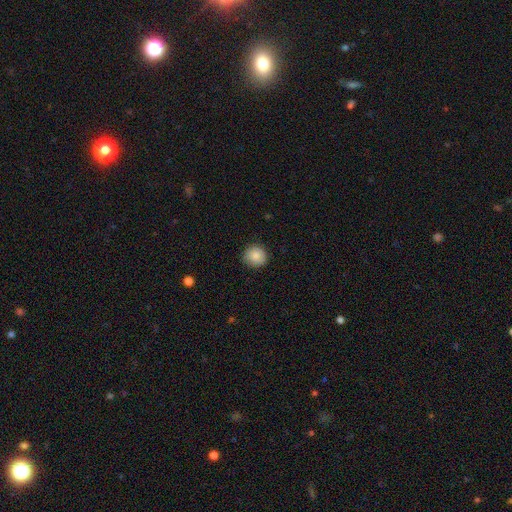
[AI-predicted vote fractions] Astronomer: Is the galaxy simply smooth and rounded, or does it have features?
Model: smooth — 85%.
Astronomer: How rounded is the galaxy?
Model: round — 92%.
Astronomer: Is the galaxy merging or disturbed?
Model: none — 87%.